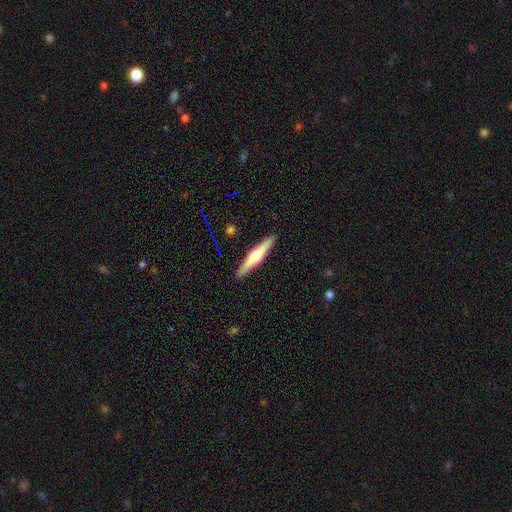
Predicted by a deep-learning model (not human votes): A featured or disk galaxy (59%) viewed edge-on (97%) with a rounded central bulge (87%). Merging: none (91%).